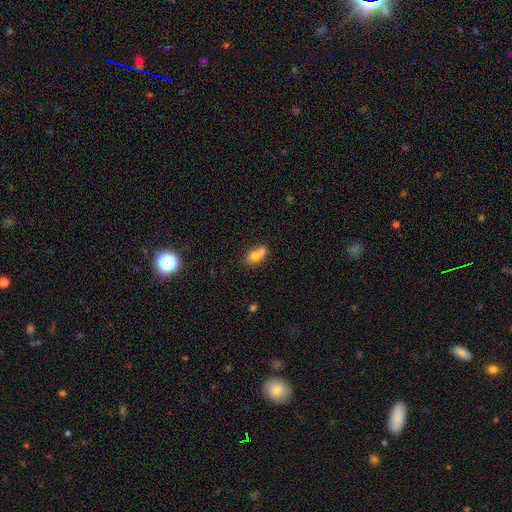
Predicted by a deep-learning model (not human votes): Q: Smooth or featured?
A: smooth (67%); runner-up: featured or disk (23%)
Q: How rounded?
A: in between (66%); runner-up: round (29%)
Q: Merging?
A: merger (56%); runner-up: none (30%)